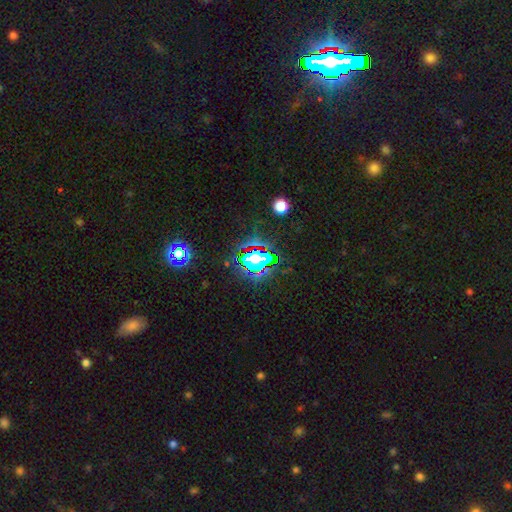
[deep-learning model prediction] A star or artifact, not a galaxy (77%).

Vote fractions:
- Smooth or featured? star or artifact: 77% / smooth: 14% / featured or disk: 9%